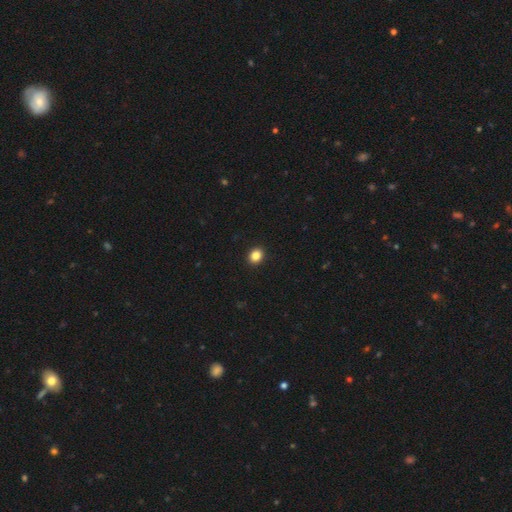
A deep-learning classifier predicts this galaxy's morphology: Smooth or featured?
  - smooth: 86% *
  - star or artifact: 10%
  - featured or disk: 4%
How rounded?
  - round: 57% *
  - in between: 42%
  - cigar-shaped: 1%
Merging?
  - none: 92% *
  - minor disturbance: 5%
  - major disturbance: 2%
  - merger: 1%